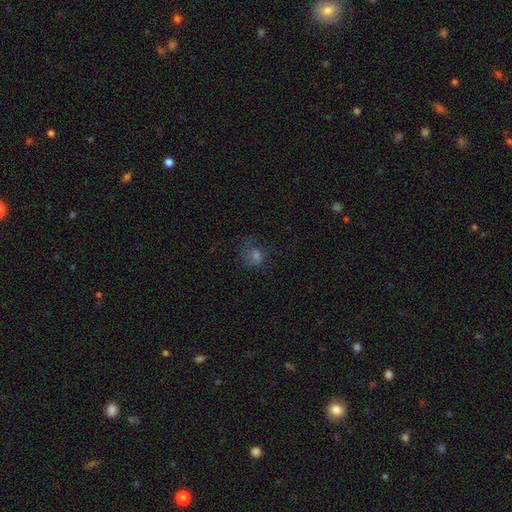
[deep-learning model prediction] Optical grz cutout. It shows a smooth galaxy with no disk features (46%). Merging: none (52%).